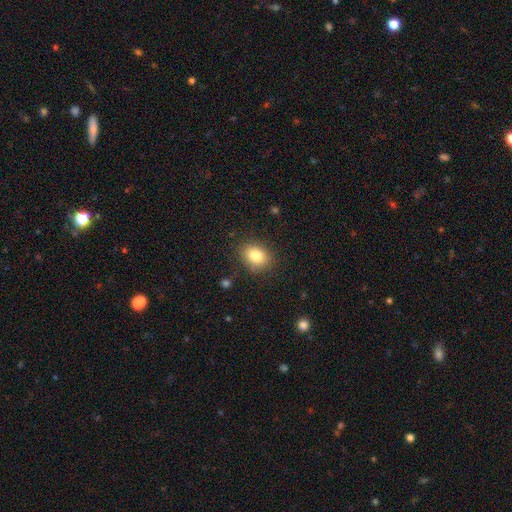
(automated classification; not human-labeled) Smooth or featured? Predicted: smooth (p=0.82). How rounded? Predicted: round (p=0.50). Merging? Predicted: none (p=0.85).